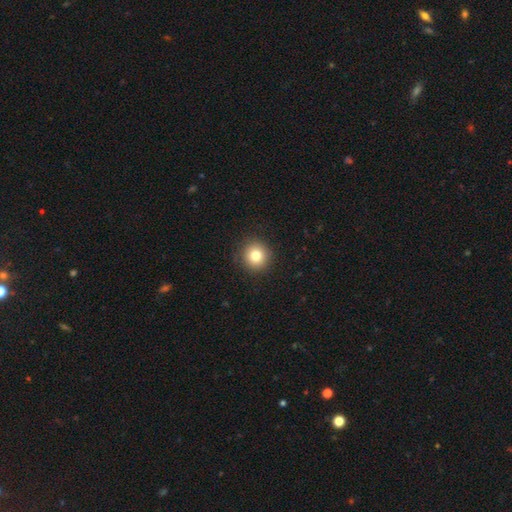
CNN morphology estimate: The model was most divided on "smooth or featured": smooth: 81%, star or artifact: 11%, featured or disk: 8%. More confident: how rounded — round (94%); merging — none (91%).